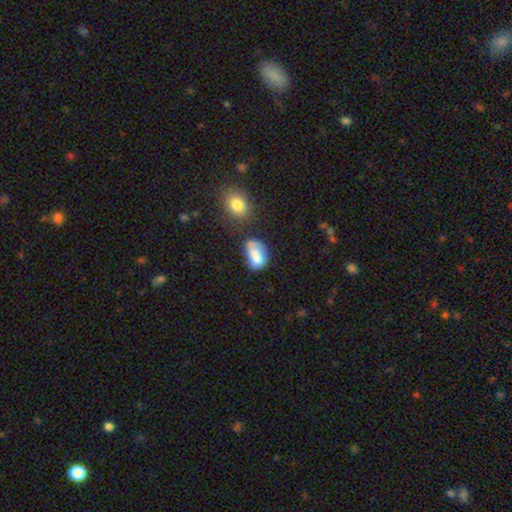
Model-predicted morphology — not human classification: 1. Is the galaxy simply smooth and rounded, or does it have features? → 66% smooth, 24% featured or disk, 9% star or artifact.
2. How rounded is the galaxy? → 83% in between, 15% round, 2% cigar-shaped.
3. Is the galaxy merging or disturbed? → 38% none, 28% minor disturbance, 18% major disturbance, 15% merger.